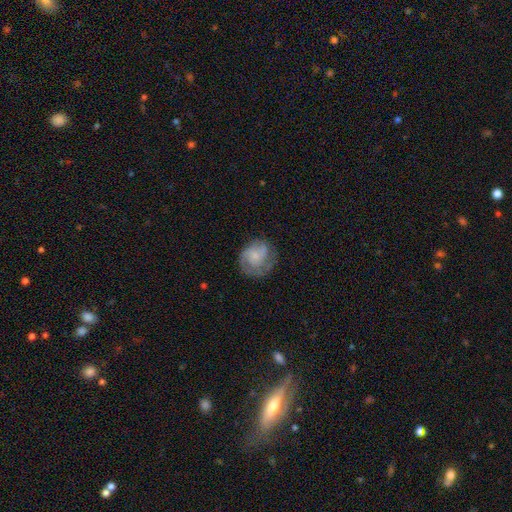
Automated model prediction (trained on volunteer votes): A featured or disk galaxy (47%).

Vote fractions:
- Smooth or featured? featured or disk: 47% / smooth: 45% / star or artifact: 8%
- Merging? none: 60% / minor disturbance: 24% / major disturbance: 15% / merger: 2%